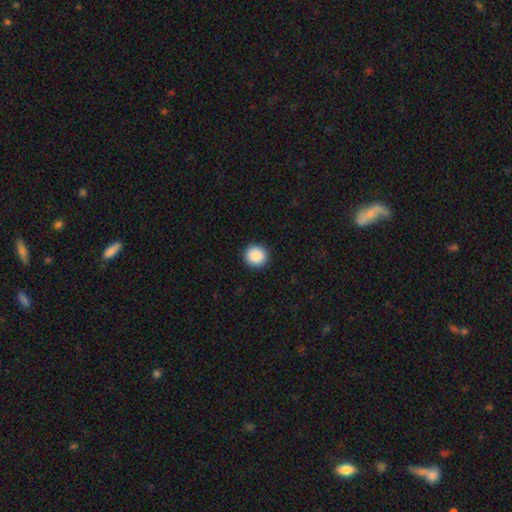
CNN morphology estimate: Smooth or featured?
  - smooth: 89% *
  - star or artifact: 8%
  - featured or disk: 3%
How rounded?
  - round: 94% *
  - in between: 5%
  - cigar-shaped: 1%
Merging?
  - none: 93% *
  - minor disturbance: 4%
  - major disturbance: 2%
  - merger: 1%